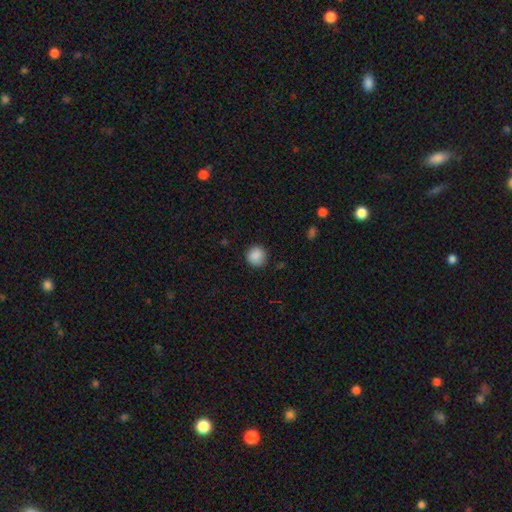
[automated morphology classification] A smooth galaxy with no disk features (88%) that is round (91%). Merging: none (86%).